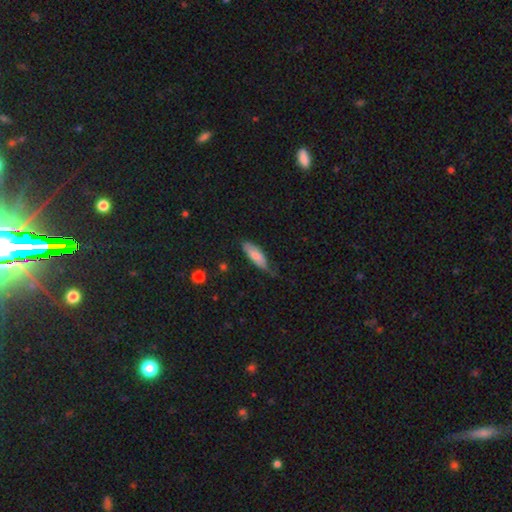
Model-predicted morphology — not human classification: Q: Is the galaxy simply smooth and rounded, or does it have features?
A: smooth — 77%.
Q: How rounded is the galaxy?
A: in between — 62%.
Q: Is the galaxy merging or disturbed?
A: none — 52%.